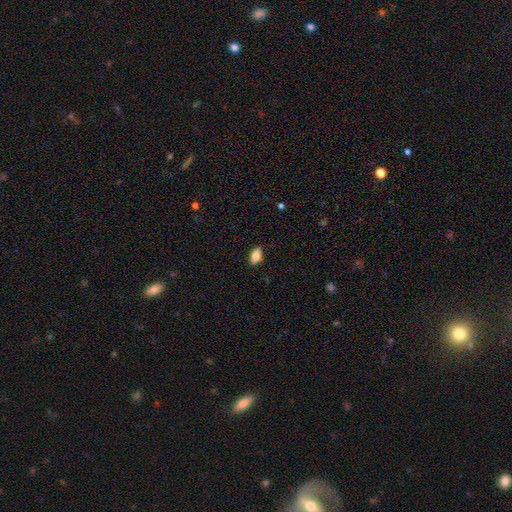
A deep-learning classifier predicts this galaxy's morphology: smooth 82%, featured or disk 10%, star or artifact 8%. Down the decision tree: how rounded — in between (87%); merging — none (87%).